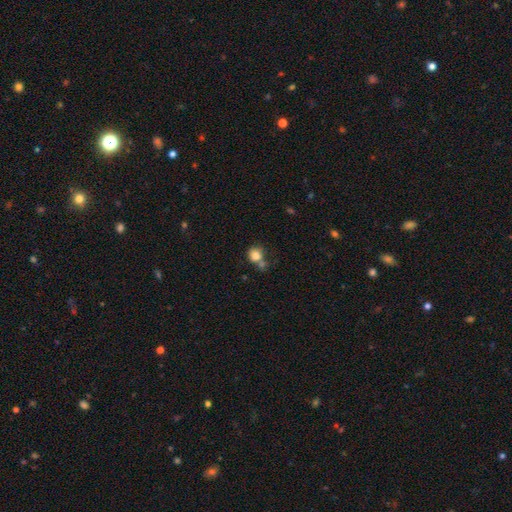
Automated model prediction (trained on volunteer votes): This is clearly a smooth galaxy (82%). How rounded: clearly round (80%). Merging: possibly none (49%).